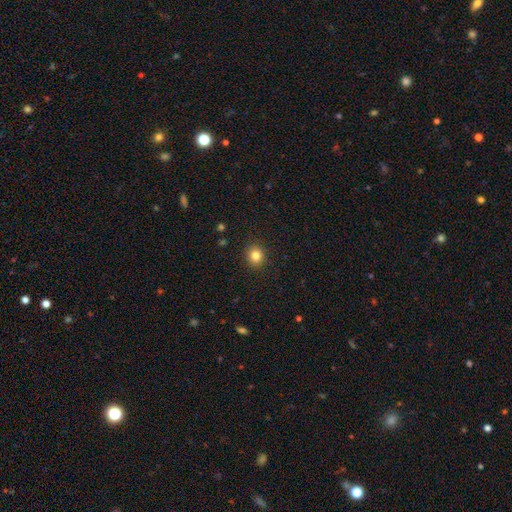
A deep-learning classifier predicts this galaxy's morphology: A smooth galaxy with no disk features (83%) that is round (81%). Merging: none (91%).